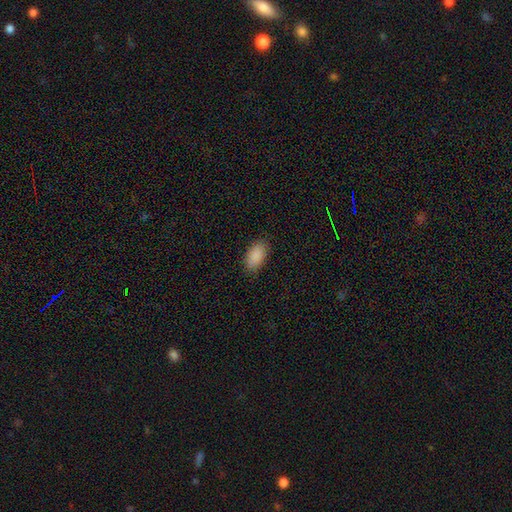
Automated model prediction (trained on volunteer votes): A smooth galaxy with no disk features (90%) that is in between round and cigar-shaped (94%).

Vote fractions:
- Smooth or featured? smooth: 90% / star or artifact: 7% / featured or disk: 3%
- How rounded? in between: 94% / round: 3% / cigar-shaped: 3%
- Merging? none: 87% / minor disturbance: 9% / major disturbance: 2% / merger: 1%